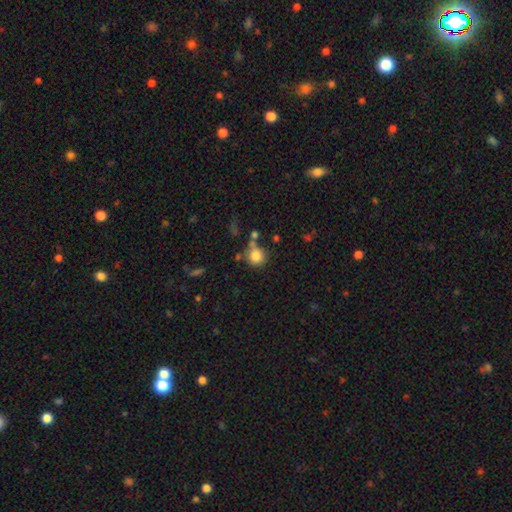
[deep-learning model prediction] smooth_or_featured: smooth (p=0.81) [alt: star or artifact p=0.10]
how_rounded: round (p=0.86) [alt: in between p=0.13]
merging: none (p=0.58) [alt: merger p=0.17]